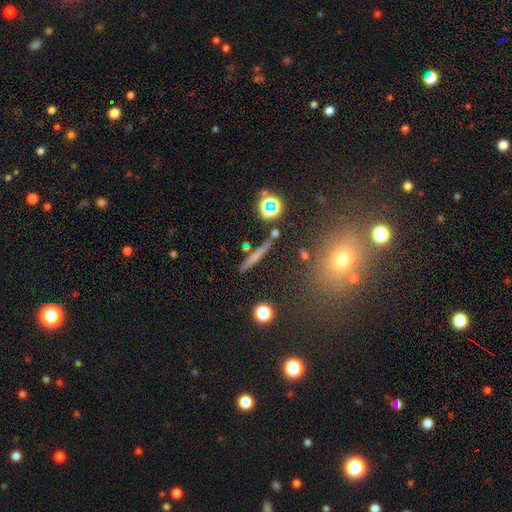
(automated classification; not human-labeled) smooth_or_featured: smooth (p=0.51) [alt: featured or disk p=0.37]
how_rounded: cigar-shaped (p=0.88) [alt: round p=0.06]
merging: none (p=0.83) [alt: minor disturbance p=0.10]